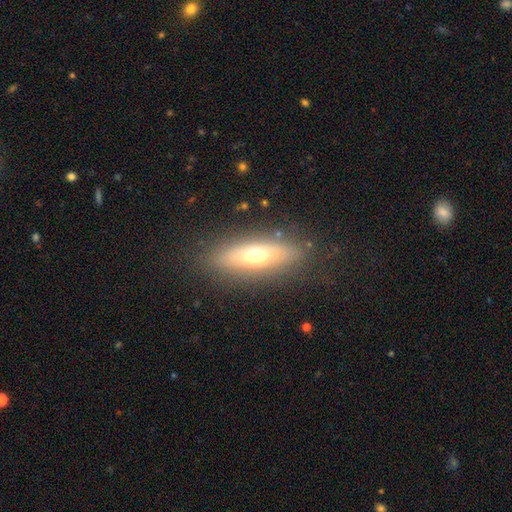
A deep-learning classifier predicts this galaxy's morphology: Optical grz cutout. It shows a smooth galaxy with no disk features (57%) that is in between round and cigar-shaped (50%). Merging: none (84%).